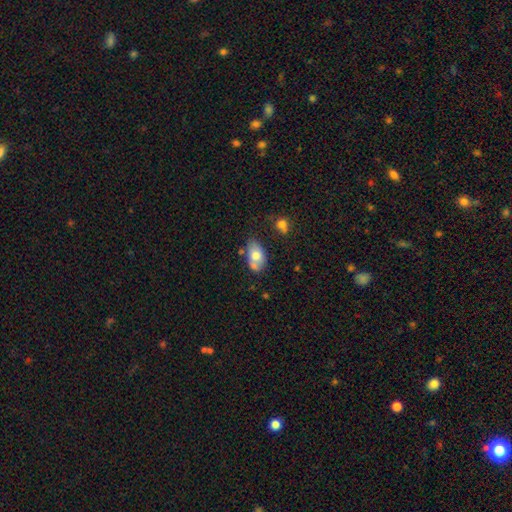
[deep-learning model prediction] A smooth galaxy with no disk features (69%) that is in between round and cigar-shaped (90%).

Vote fractions:
- Smooth or featured? smooth: 69% / featured or disk: 23% / star or artifact: 8%
- How rounded? in between: 90% / round: 8% / cigar-shaped: 2%
- Merging? none: 50% / minor disturbance: 26% / merger: 17% / major disturbance: 8%